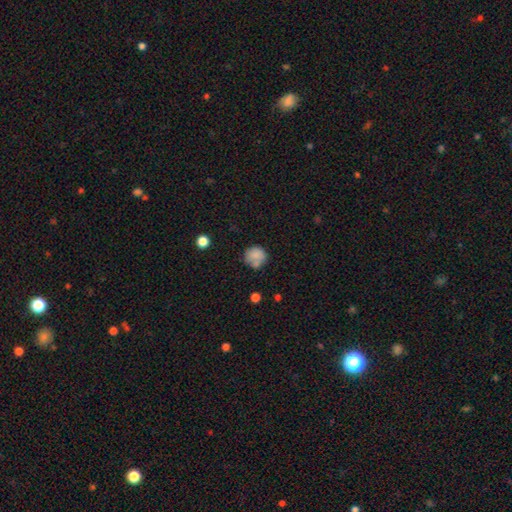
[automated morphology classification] Smooth or featured? smooth (80%)
How rounded? round (83%)
Merging? none (58%)